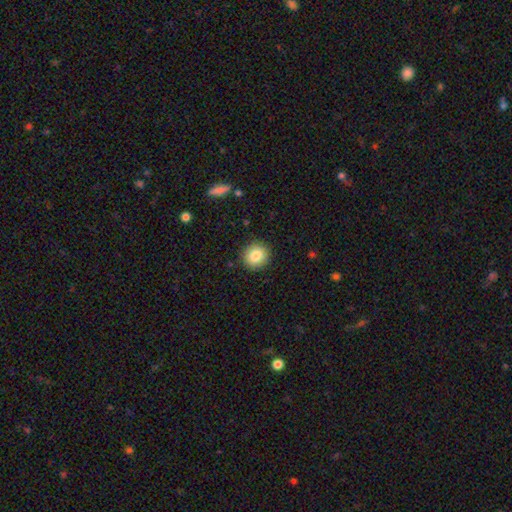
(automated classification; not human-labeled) Smooth or featured?
  - smooth: 84% *
  - star or artifact: 9%
  - featured or disk: 7%
How rounded?
  - round: 86% *
  - in between: 13%
  - cigar-shaped: 1%
Merging?
  - none: 90% *
  - minor disturbance: 7%
  - major disturbance: 2%
  - merger: 1%